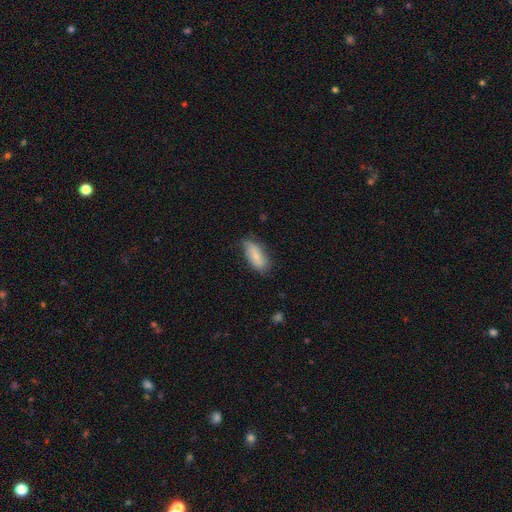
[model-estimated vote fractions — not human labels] Overall: smooth (68%). How rounded: in between (86%). Merging: none (65%; minor disturbance 27%).